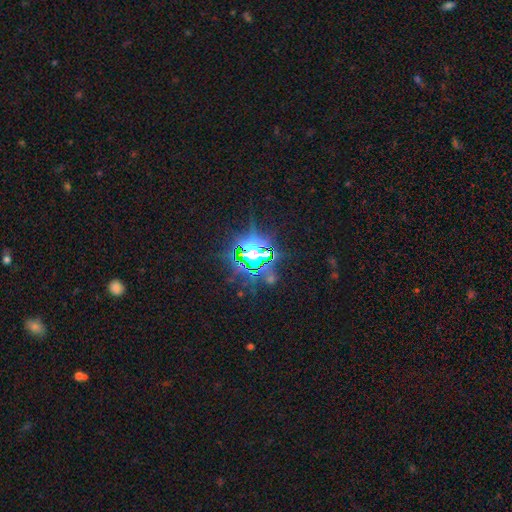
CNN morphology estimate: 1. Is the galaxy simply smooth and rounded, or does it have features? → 81% star or artifact, 10% featured or disk, 9% smooth.